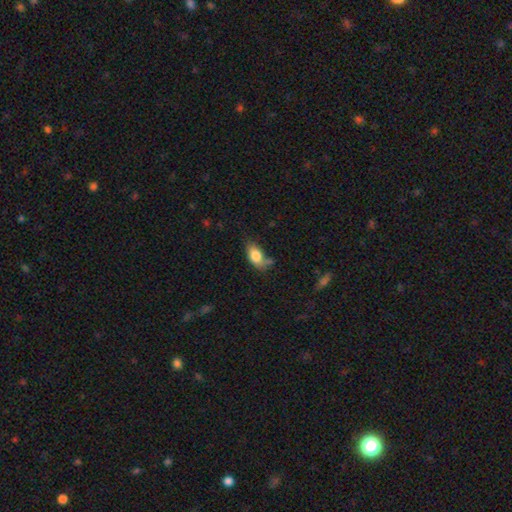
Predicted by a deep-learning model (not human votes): Q: Smooth or featured?
A: smooth (81%); runner-up: featured or disk (12%)
Q: How rounded?
A: in between (89%); runner-up: round (7%)
Q: Merging?
A: none (46%); runner-up: minor disturbance (31%)